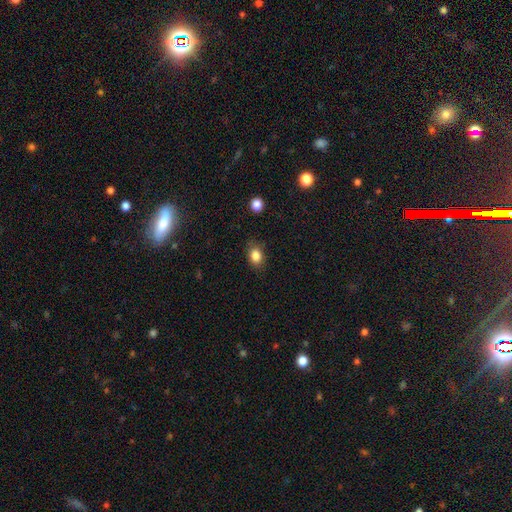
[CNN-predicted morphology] smooth 84%, star or artifact 10%, featured or disk 6%. Down the decision tree: how rounded — in between (62%); merging — none (82%).